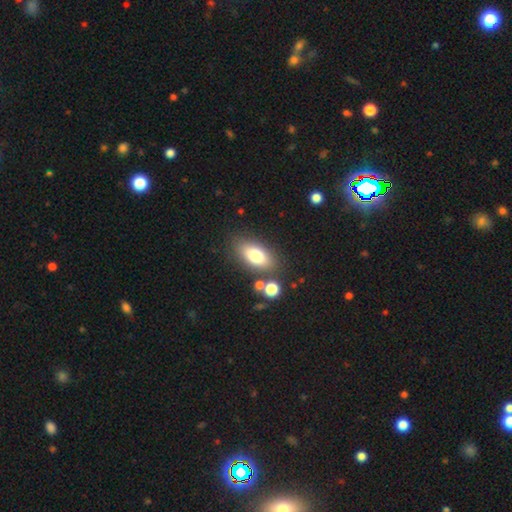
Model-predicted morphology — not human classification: Smooth or featured: smooth — 77% (featured or disk — 14%)
How rounded: in between — 86% (cigar-shaped — 8%)
Merging: none — 79% (minor disturbance — 11%)